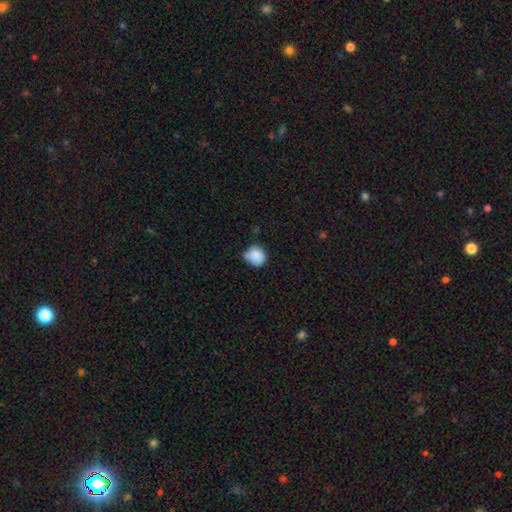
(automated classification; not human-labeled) Smooth or featured? Predicted: smooth (p=0.86). How rounded? Predicted: round (p=0.82). Merging? Predicted: none (p=0.61).